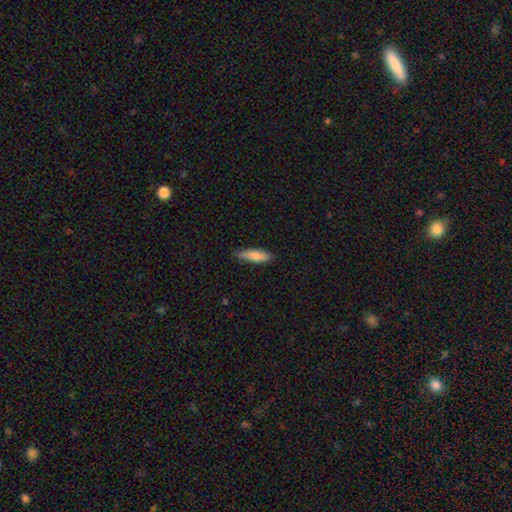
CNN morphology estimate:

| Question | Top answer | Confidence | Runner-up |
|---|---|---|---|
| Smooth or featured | smooth | 79% | featured or disk (15%) |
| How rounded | cigar-shaped | 55% | in between (43%) |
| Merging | none | 79% | minor disturbance (18%) |